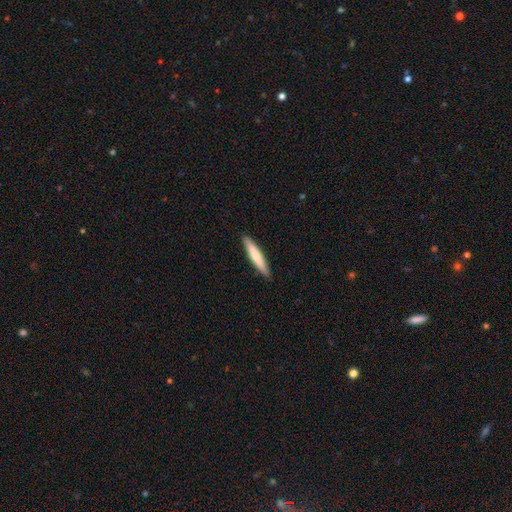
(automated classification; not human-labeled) Smooth or featured?
  - smooth: 66% *
  - featured or disk: 29%
  - star or artifact: 5%
How rounded?
  - cigar-shaped: 92% *
  - in between: 7%
  - round: 1%
Merging?
  - none: 91% *
  - minor disturbance: 7%
  - major disturbance: 1%
  - merger: 1%